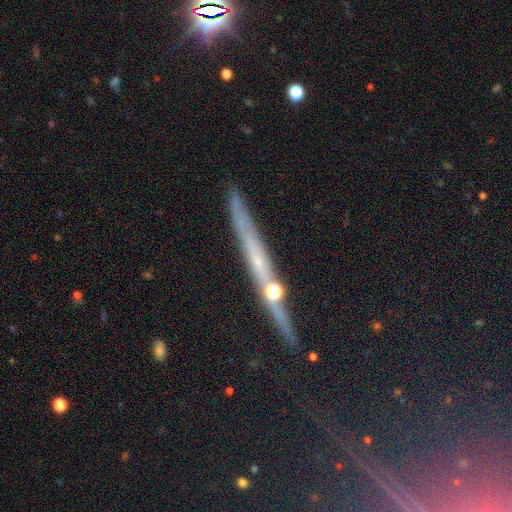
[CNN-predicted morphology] smooth_or_featured: featured or disk (p=0.54) [alt: smooth p=0.26]
disk_edge_on: yes (p=0.92) [alt: no p=0.08]
edge_on_bulge: none (p=0.53) [alt: rounded p=0.39]
merging: none (p=0.80) [alt: minor disturbance p=0.12]